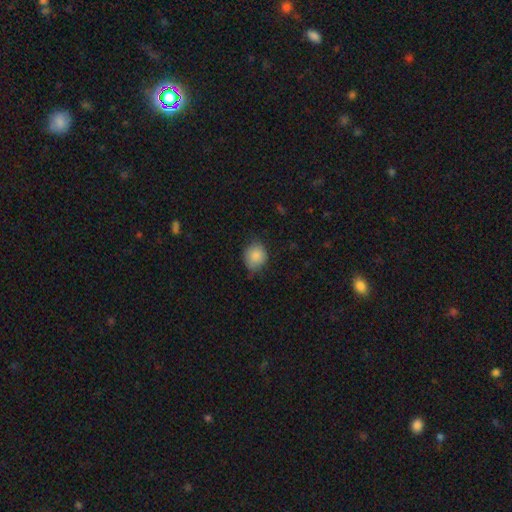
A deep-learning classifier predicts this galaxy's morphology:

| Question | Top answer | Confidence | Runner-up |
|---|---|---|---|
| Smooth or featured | smooth | 86% | star or artifact (8%) |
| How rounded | round | 68% | in between (31%) |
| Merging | none | 67% | minor disturbance (27%) |